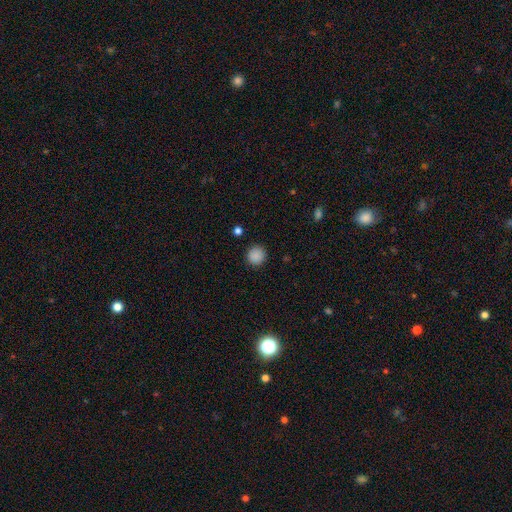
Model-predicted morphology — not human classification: Q: Smooth or featured?
A: smooth (88%); runner-up: star or artifact (10%)
Q: How rounded?
A: round (94%); runner-up: in between (5%)
Q: Merging?
A: none (91%); runner-up: minor disturbance (6%)